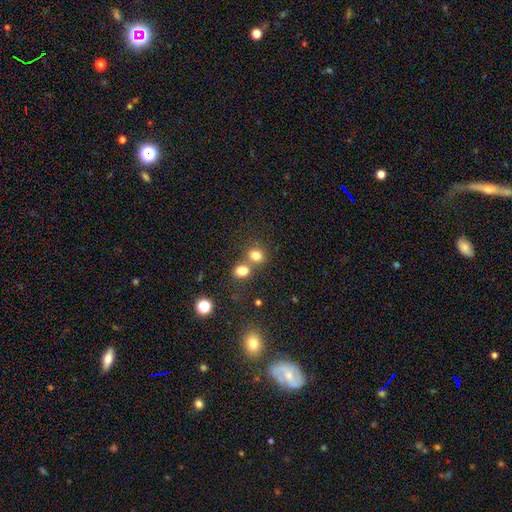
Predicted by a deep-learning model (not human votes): Smooth or featured? smooth (79%)
How rounded? round (72%)
Merging? none (47%)